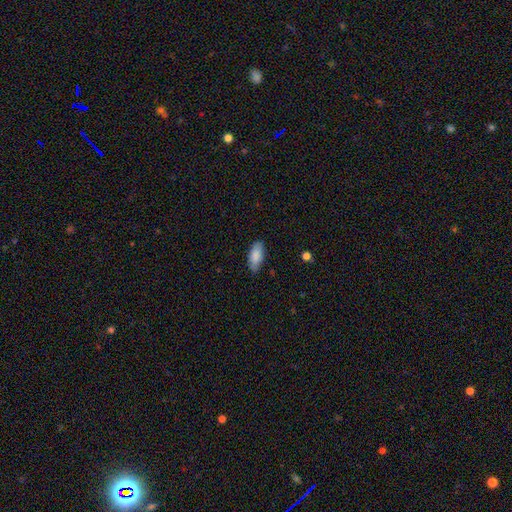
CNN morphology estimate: Smooth or featured? smooth (86%)
How rounded? in between (89%)
Merging? none (81%)